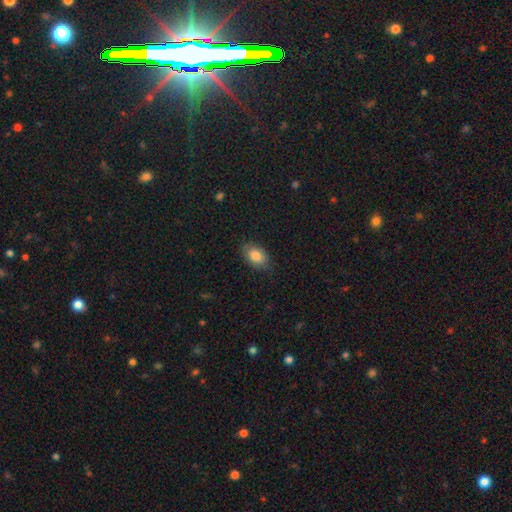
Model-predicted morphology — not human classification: Smooth or featured?
  - smooth: 85% *
  - featured or disk: 8%
  - star or artifact: 7%
How rounded?
  - in between: 89% *
  - round: 9%
  - cigar-shaped: 2%
Merging?
  - none: 82% *
  - minor disturbance: 14%
  - major disturbance: 3%
  - merger: 1%